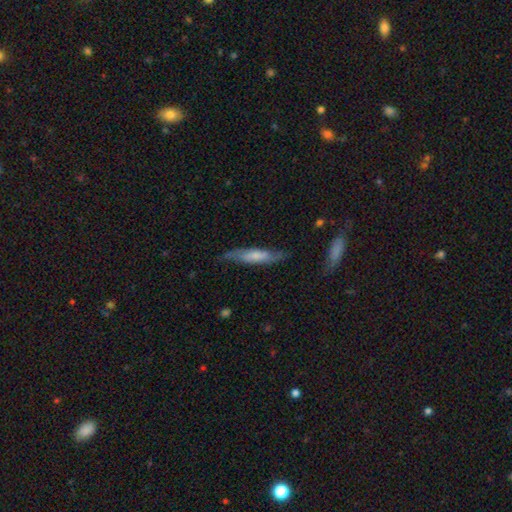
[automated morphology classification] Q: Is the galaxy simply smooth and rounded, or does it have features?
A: smooth — 49%.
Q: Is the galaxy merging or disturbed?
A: none — 74%.